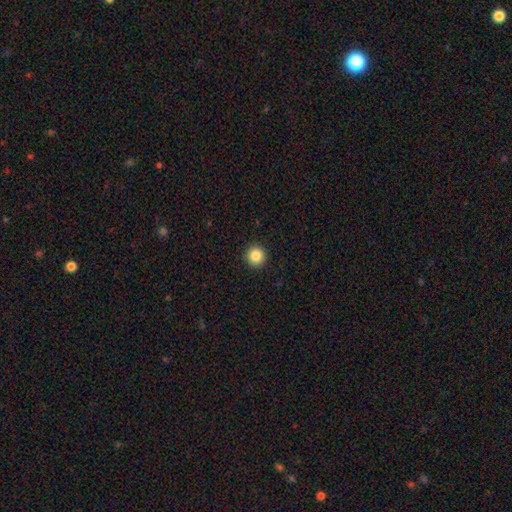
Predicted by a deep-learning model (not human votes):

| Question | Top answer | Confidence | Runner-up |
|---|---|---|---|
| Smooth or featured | smooth | 86% | star or artifact (10%) |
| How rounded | round | 95% | in between (4%) |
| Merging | none | 93% | minor disturbance (5%) |